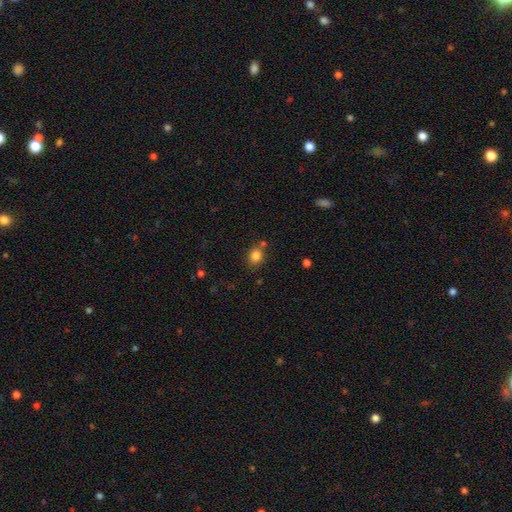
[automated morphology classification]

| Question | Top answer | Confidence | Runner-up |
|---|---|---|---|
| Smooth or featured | smooth | 83% | star or artifact (11%) |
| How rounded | round | 62% | in between (37%) |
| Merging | none | 71% | minor disturbance (13%) |